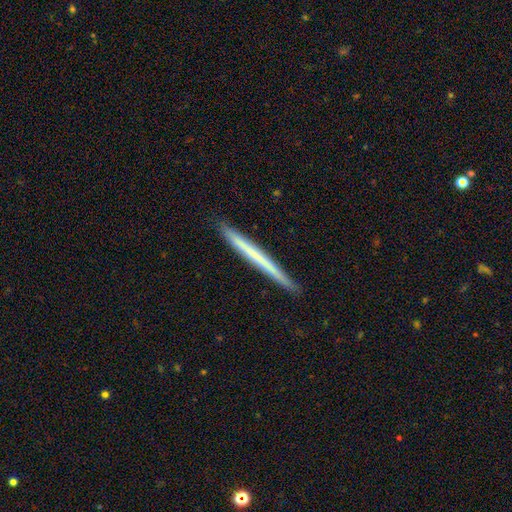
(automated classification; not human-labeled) A smooth galaxy with no disk features (56%) that is cigar-shaped (98%).

Vote fractions:
- Smooth or featured? smooth: 56% / featured or disk: 39% / star or artifact: 5%
- How rounded? cigar-shaped: 98% / in between: 1% / round: 1%
- Merging? none: 91% / minor disturbance: 6% / major disturbance: 1% / merger: 1%